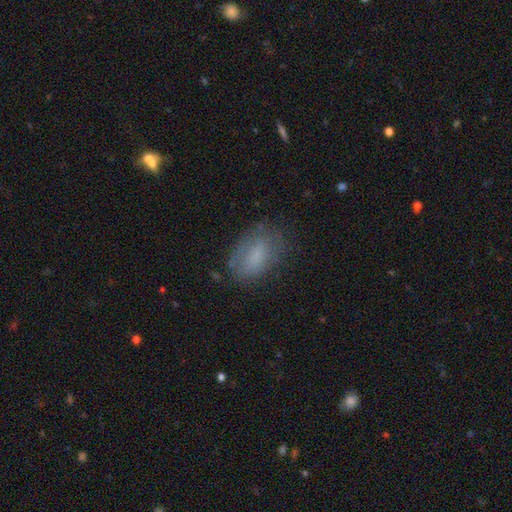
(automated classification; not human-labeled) Overall: smooth (69%). How rounded: in between (89%). Merging: none (69%).